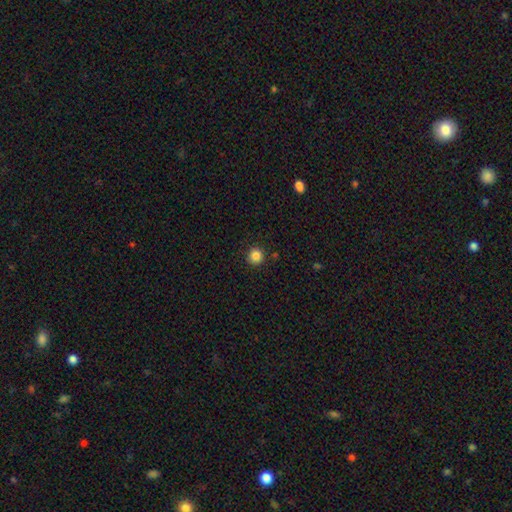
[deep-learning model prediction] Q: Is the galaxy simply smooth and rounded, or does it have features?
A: smooth — 84%.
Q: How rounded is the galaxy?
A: round — 94%.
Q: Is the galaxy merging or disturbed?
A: none — 91%.